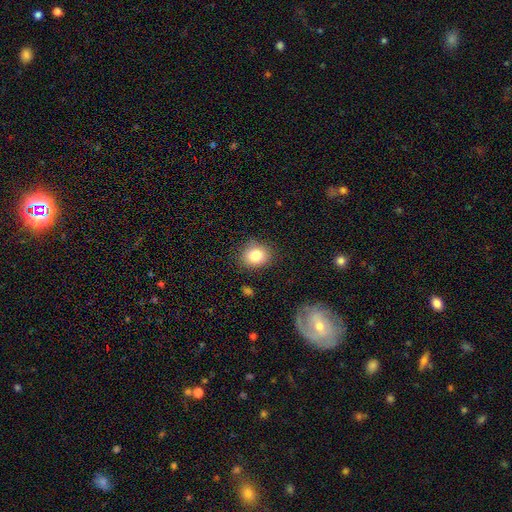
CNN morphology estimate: Q: Smooth or featured?
A: smooth (83%); runner-up: star or artifact (10%)
Q: How rounded?
A: round (67%); runner-up: in between (32%)
Q: Merging?
A: none (81%); runner-up: minor disturbance (14%)